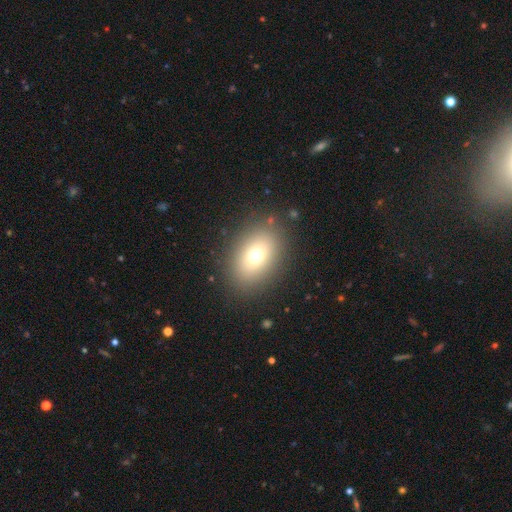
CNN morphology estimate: Smooth or featured? Predicted: smooth (p=0.70). How rounded? Predicted: in between (p=0.70). Merging? Predicted: none (p=0.85).